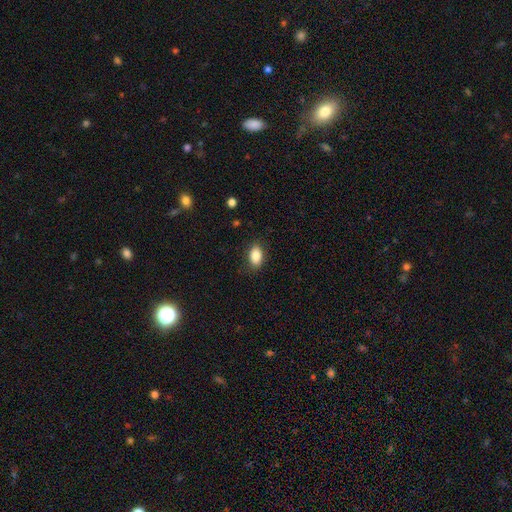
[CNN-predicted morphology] A smooth galaxy with no disk features (86%) that is in between round and cigar-shaped (89%). Merging: none (84%).